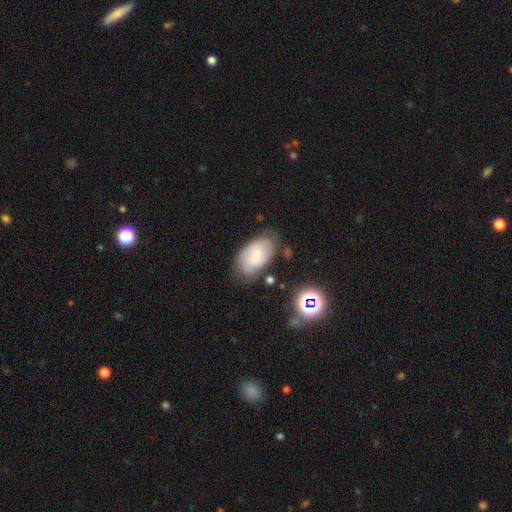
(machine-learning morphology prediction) Q: Smooth or featured?
A: featured or disk (56%); runner-up: smooth (35%)
Q: Edge-on disk?
A: no (96%); runner-up: yes (4%)
Q: Bar?
A: no (48%); runner-up: weak (42%)
Q: Spiral arms?
A: yes (88%); runner-up: no (12%)
Q: Bulge size?
A: small (62%); runner-up: moderate (25%)
Q: Merging?
A: none (71%); runner-up: minor disturbance (21%)